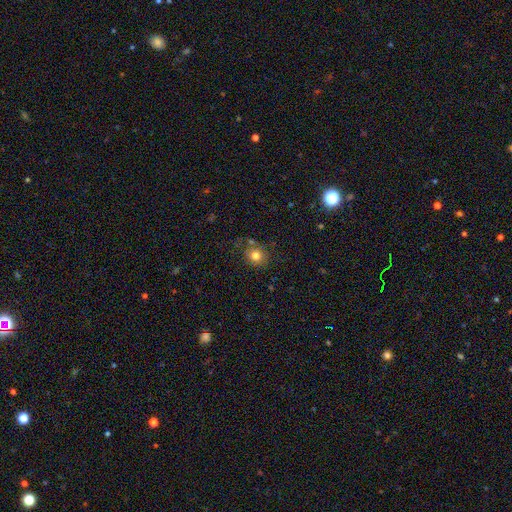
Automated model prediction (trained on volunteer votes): Overall: smooth (79%). How rounded: round (82%). Merging: none (73%).